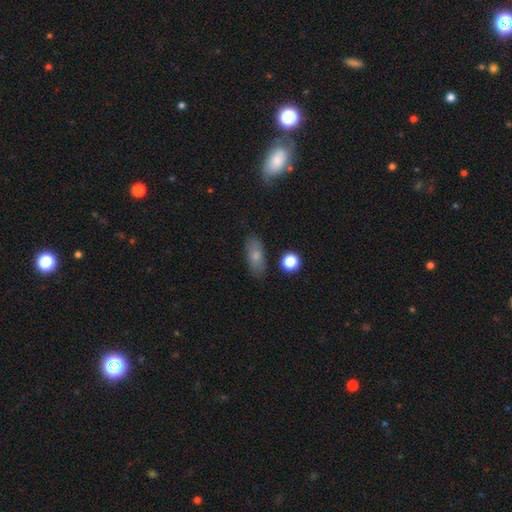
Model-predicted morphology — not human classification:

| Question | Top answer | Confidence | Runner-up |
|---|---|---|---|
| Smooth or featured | smooth | 76% | featured or disk (15%) |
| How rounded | in between | 81% | cigar-shaped (13%) |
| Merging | none | 80% | minor disturbance (14%) |